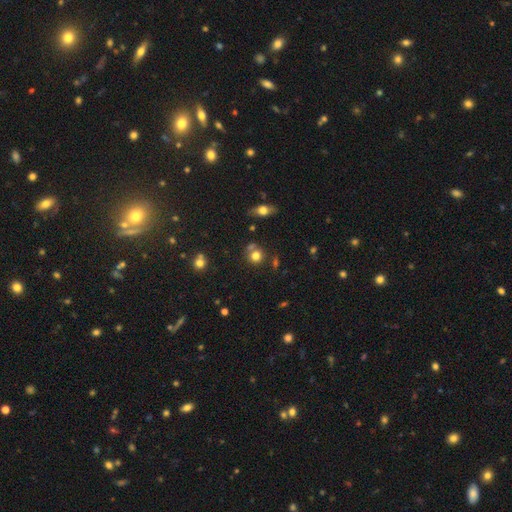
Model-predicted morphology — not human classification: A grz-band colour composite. It shows a smooth galaxy with no disk features (76%) that is round (87%). Merging: none (66%).